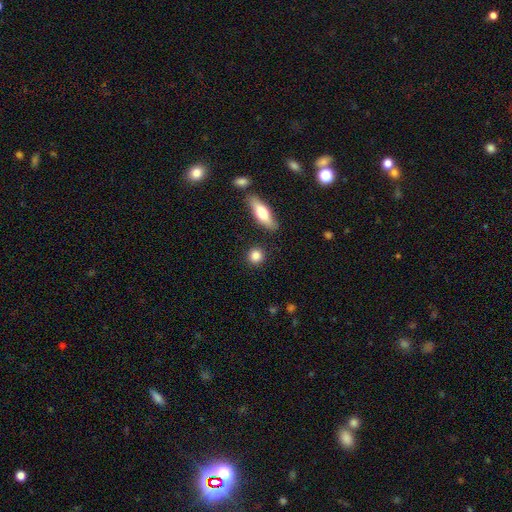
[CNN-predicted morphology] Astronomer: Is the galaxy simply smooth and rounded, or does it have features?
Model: smooth — 85%.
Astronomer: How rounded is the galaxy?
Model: round — 83%.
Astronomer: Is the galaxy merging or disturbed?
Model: none — 88%.